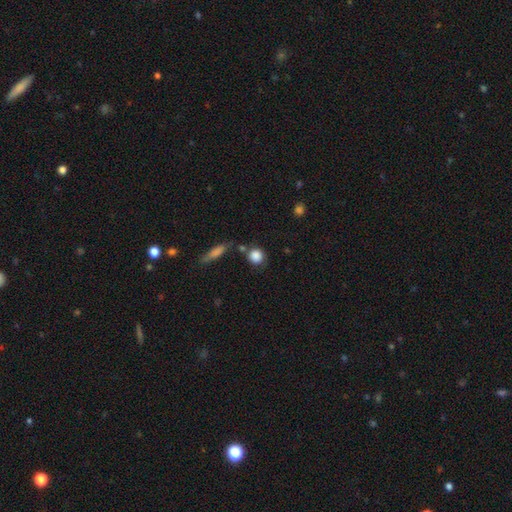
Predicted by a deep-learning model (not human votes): Smooth or featured? smooth (86%)
How rounded? round (85%)
Merging? none (71%)